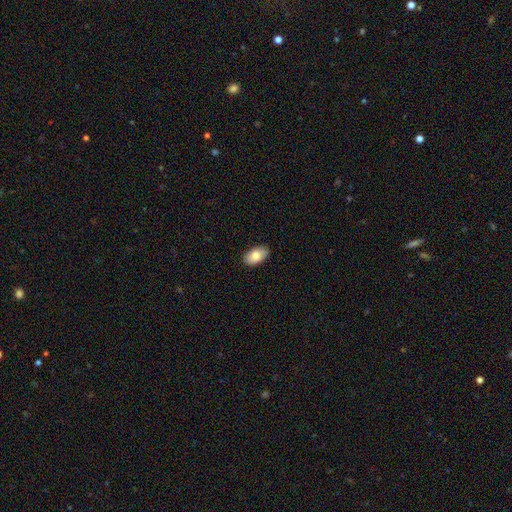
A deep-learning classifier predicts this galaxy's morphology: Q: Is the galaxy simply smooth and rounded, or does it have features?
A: smooth — 82%.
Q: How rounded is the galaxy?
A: in between — 94%.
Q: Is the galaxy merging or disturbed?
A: none — 89%.